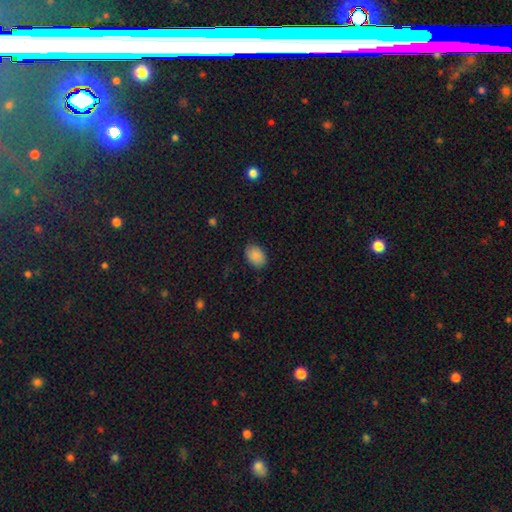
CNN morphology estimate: smooth-or-featured: smooth: 88% | star or artifact: 8% | featured or disk: 4%
  how-rounded: in between: 79% | round: 20% | cigar-shaped: 1%
  merging: none: 83% | minor disturbance: 14% | major disturbance: 3% | merger: 1%